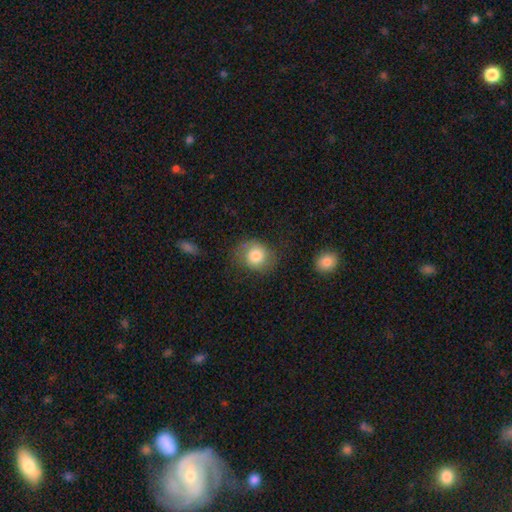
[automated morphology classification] This is likely a smooth galaxy (79%). How rounded: likely round (74%). Merging: likely none (65%).